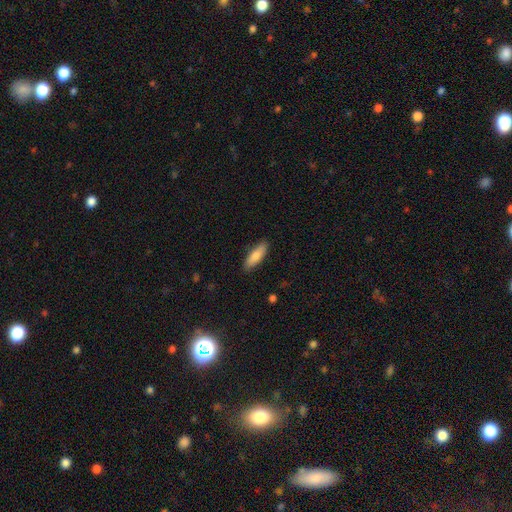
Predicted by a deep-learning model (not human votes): Morphology: type=smooth (78%); roundness=cigar-shaped (52%); merging=none (87%).